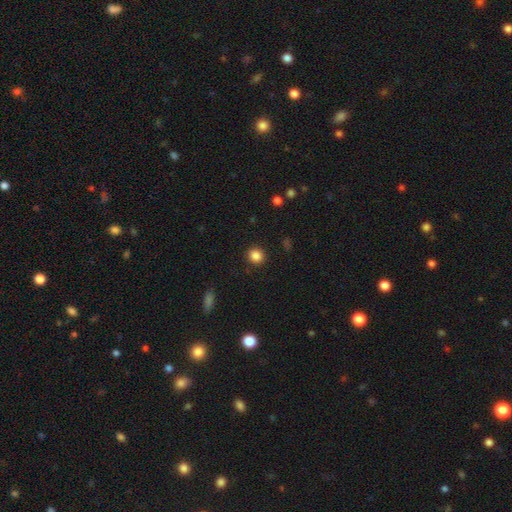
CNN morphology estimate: A smooth galaxy with no disk features (86%) that is round (86%). Merging: none (91%).